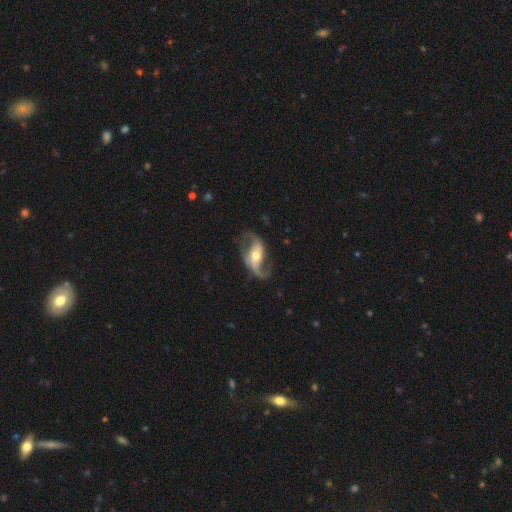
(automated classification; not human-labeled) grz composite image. It shows a featured or disk galaxy (87%) with a weak bar (36%), 2 (90%) loose (62%) spiral arms (95%) and a moderate central bulge (68%). Merging: none (68%).